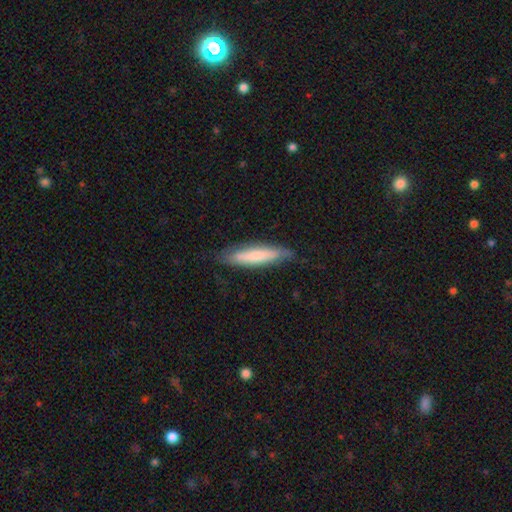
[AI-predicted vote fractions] A smooth galaxy with no disk features (64%) that is cigar-shaped (81%).

Vote fractions:
- Smooth or featured? smooth: 64% / featured or disk: 31% / star or artifact: 6%
- How rounded? cigar-shaped: 81% / in between: 18% / round: 1%
- Merging? none: 75% / minor disturbance: 20% / major disturbance: 4% / merger: 1%